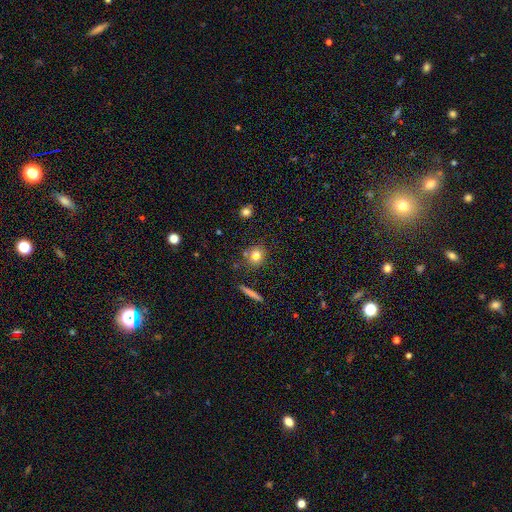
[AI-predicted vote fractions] Smooth or featured? smooth (71%)
How rounded? round (82%)
Merging? none (73%)